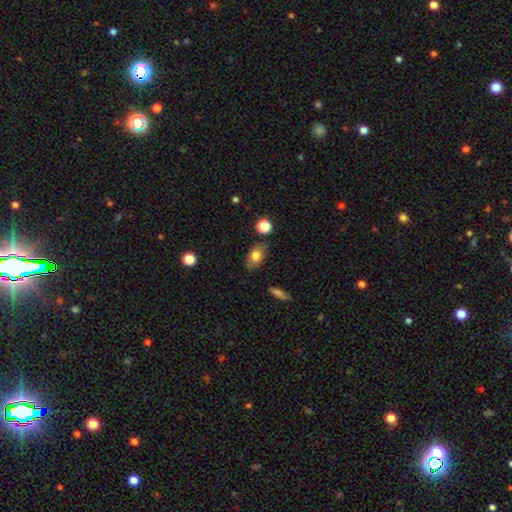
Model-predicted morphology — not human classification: Smooth or featured?
  - smooth: 76% *
  - featured or disk: 16%
  - star or artifact: 8%
How rounded?
  - in between: 86% *
  - round: 11%
  - cigar-shaped: 3%
Merging?
  - none: 79% *
  - minor disturbance: 14%
  - merger: 3%
  - major disturbance: 3%